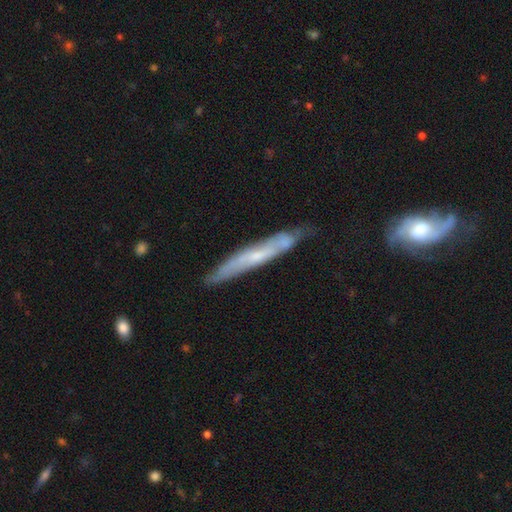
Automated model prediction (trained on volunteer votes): Q: Smooth or featured?
A: featured or disk (59%); runner-up: smooth (35%)
Q: Edge-on disk?
A: yes (74%); runner-up: no (26%)
Q: Merging?
A: none (66%); runner-up: minor disturbance (24%)